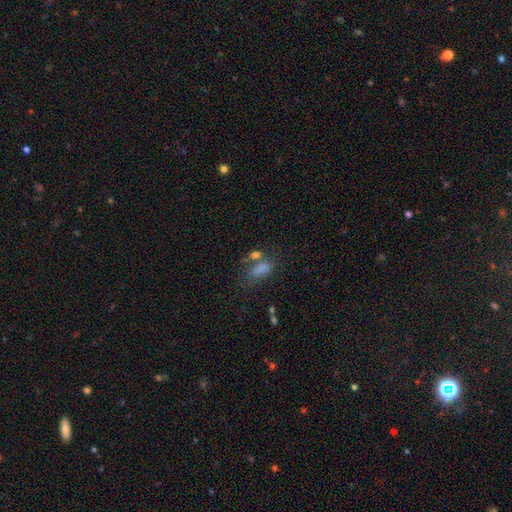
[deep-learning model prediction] This appears to be a smooth galaxy with no disk features (73%) that is in between round and cigar-shaped (78%). Merging: none (40%).